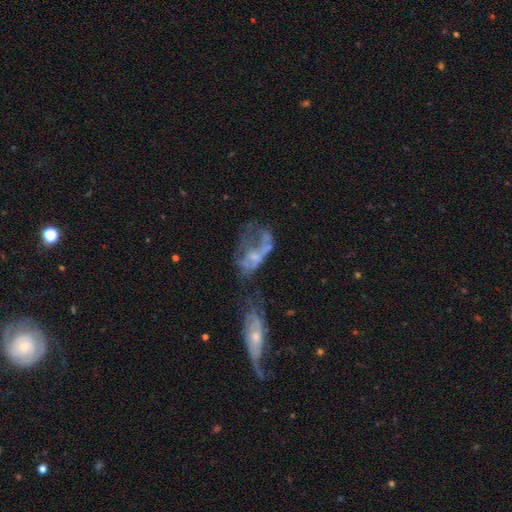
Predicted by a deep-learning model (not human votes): This appears to be a featured or disk galaxy (59%) with no bar (83%), no spiral arms (81%) and no central bulge (50%). Merging: merger (40%).